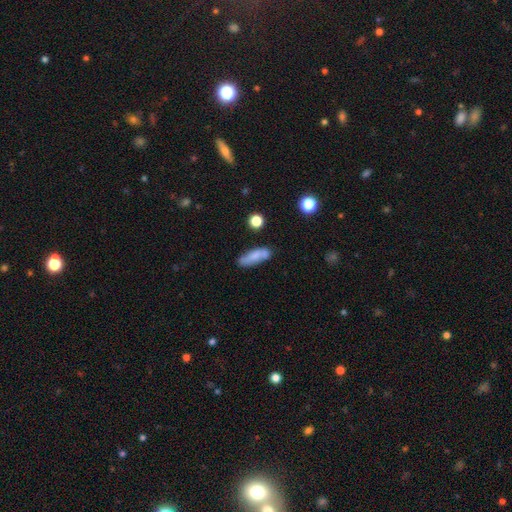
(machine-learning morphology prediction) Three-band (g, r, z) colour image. It shows a smooth galaxy with no disk features (74%) that is cigar-shaped (52%). Merging: none (66%).